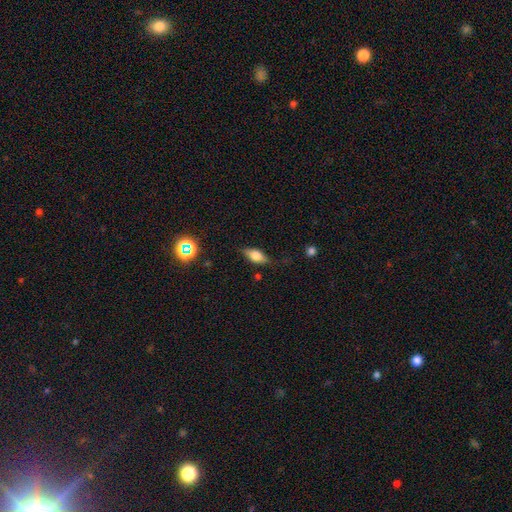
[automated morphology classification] This is likely a smooth galaxy (61%). How rounded: likely in between (78%). Merging: likely none (74%).